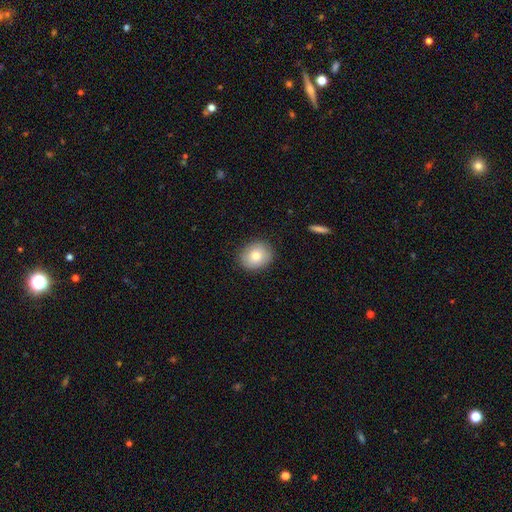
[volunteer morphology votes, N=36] Smooth or featured? 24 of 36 (67%) said smooth. How rounded? 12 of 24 (50%, tied with in between) said round. Merging? 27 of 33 (82%) said none.